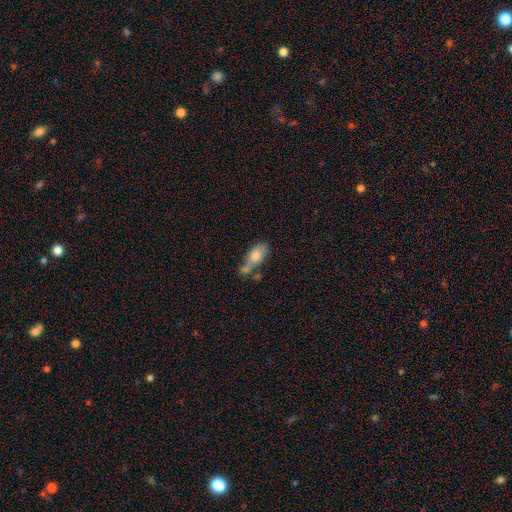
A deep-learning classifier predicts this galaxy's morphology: Smooth or featured: smooth — 73% (featured or disk — 19%)
How rounded: in between — 84% (cigar-shaped — 11%)
Merging: merger — 35% (none — 34%)